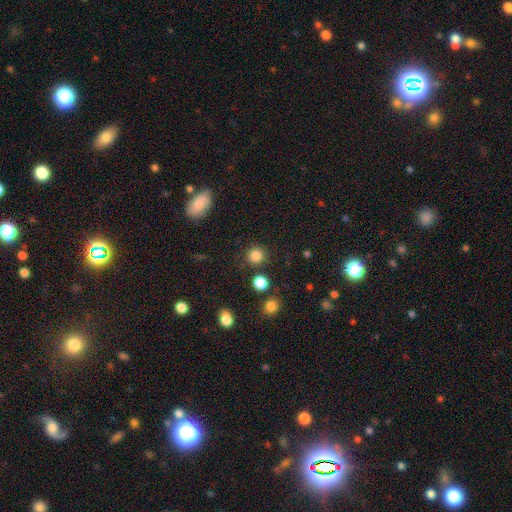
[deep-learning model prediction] This is clearly a smooth galaxy (84%). How rounded: clearly round (92%). Merging: clearly none (86%).